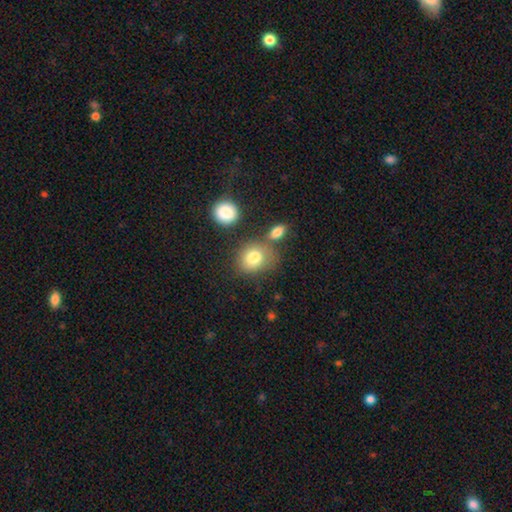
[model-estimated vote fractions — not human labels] This is likely a smooth galaxy (80%). How rounded: likely round (65%). Merging: possibly none (57%).